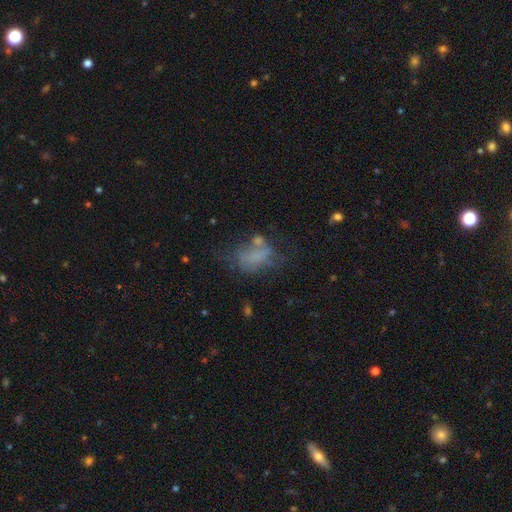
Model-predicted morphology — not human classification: A smooth galaxy with no disk features (49%).

Vote fractions:
- Smooth or featured? smooth: 49% / featured or disk: 33% / star or artifact: 17%
- Merging? major disturbance: 33% / none: 31% / minor disturbance: 23% / merger: 13%